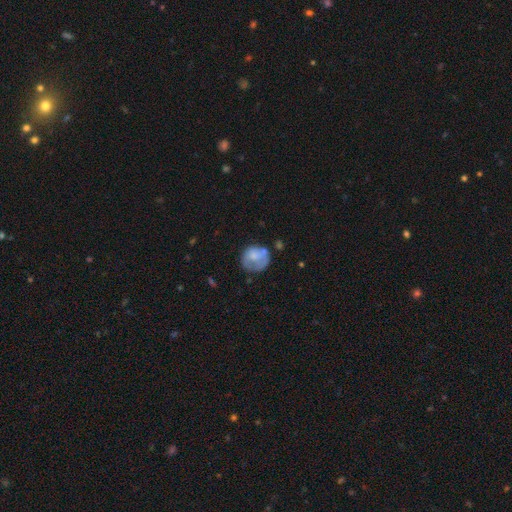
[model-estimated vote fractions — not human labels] The model was most divided on "merging": none: 50%, minor disturbance: 26%, major disturbance: 17%, merger: 7%. More confident: how rounded — round (82%); smooth or featured — smooth (64%).